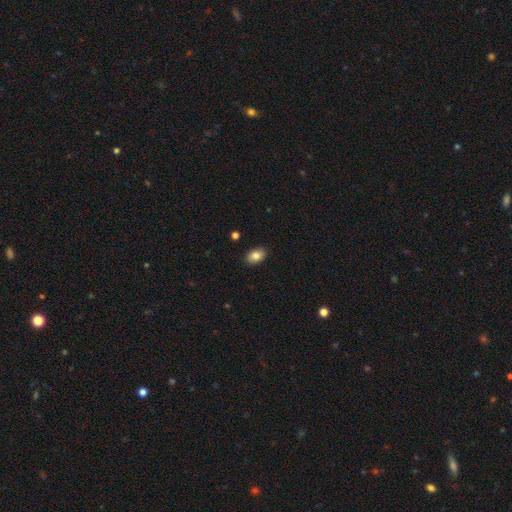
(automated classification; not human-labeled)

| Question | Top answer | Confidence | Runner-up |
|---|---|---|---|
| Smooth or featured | smooth | 85% | star or artifact (8%) |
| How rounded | in between | 87% | round (12%) |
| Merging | none | 90% | minor disturbance (7%) |